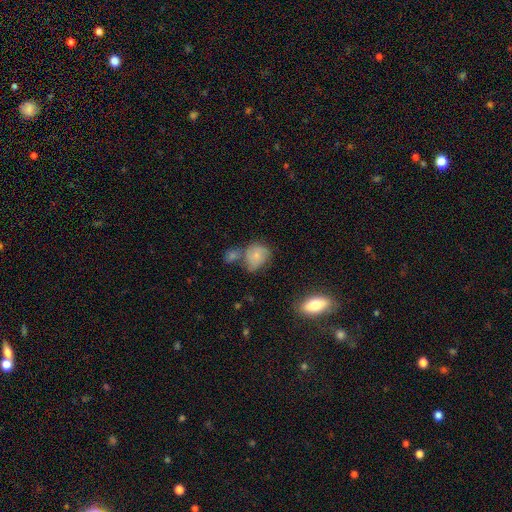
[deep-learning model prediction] This is likely a smooth galaxy (61%). How rounded: possibly round (56%). Merging: marginally none (38%).